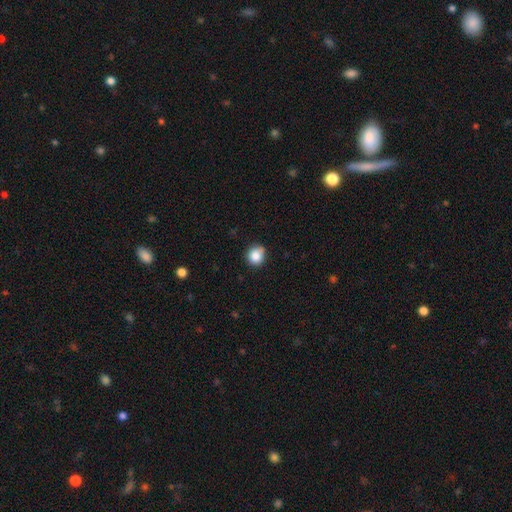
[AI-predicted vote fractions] Smooth or featured?
  - smooth: 85% *
  - star or artifact: 10%
  - featured or disk: 5%
How rounded?
  - round: 85% *
  - in between: 14%
  - cigar-shaped: 1%
Merging?
  - none: 72% *
  - minor disturbance: 21%
  - major disturbance: 4%
  - merger: 3%